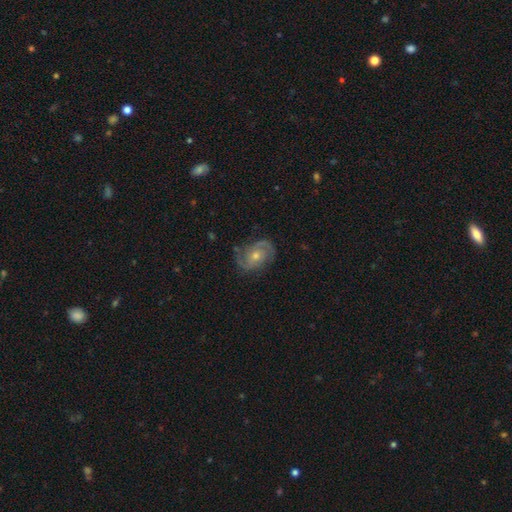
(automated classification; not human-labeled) A featured or disk galaxy (84%) with no bar (68%), 2 (83%) medium (47%) spiral arms (96%) and a moderate central bulge (56%). Merging: none (79%).